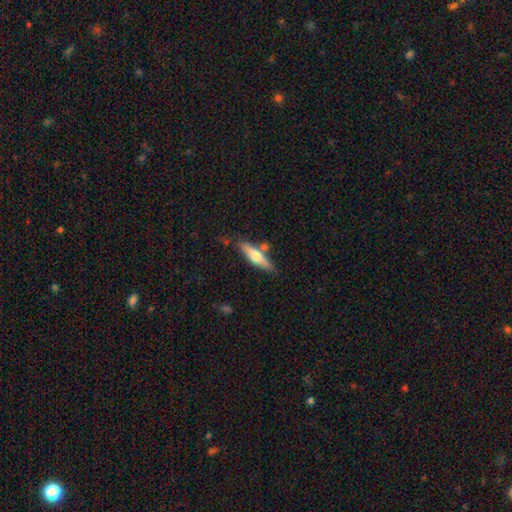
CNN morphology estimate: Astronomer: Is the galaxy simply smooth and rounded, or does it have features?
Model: smooth — 50% (runner-up: featured or disk, 45%).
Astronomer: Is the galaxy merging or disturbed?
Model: none — 73%.